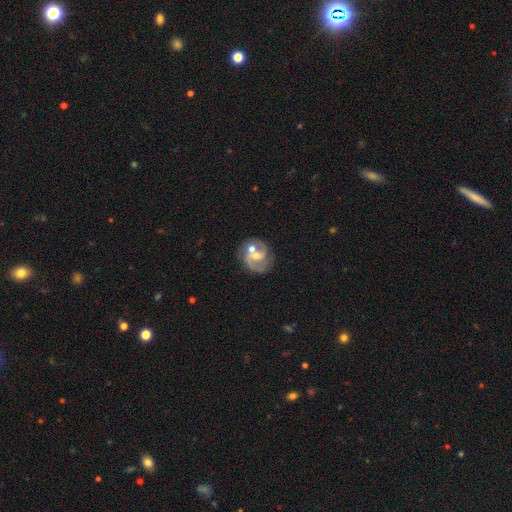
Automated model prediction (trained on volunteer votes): This is likely a featured or disk galaxy (77%). It is clearly not viewed edge-on (98%). Bar: marginally weak (44%). Spiral arm pattern: clearly yes (89%). Spiral arm count: likely 2 (77%). Spiral winding: possibly medium (51%). Central bulge: possibly moderate (54%). Merging: possibly none (50%).